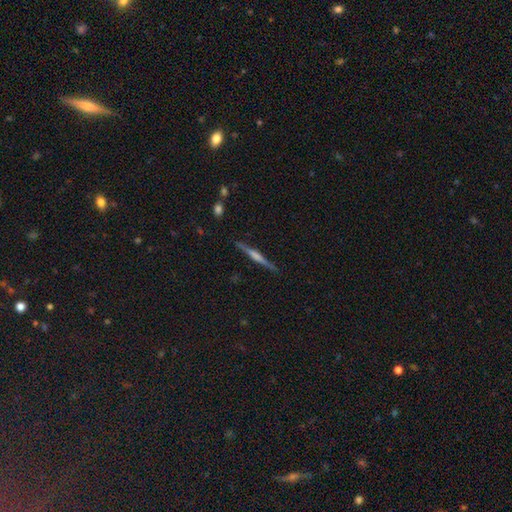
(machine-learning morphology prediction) Overall: featured or disk (72%). Edge-on disk: yes (98%). Edge-on bulge: rounded (56%; boxy 23%). Merging: none (90%).